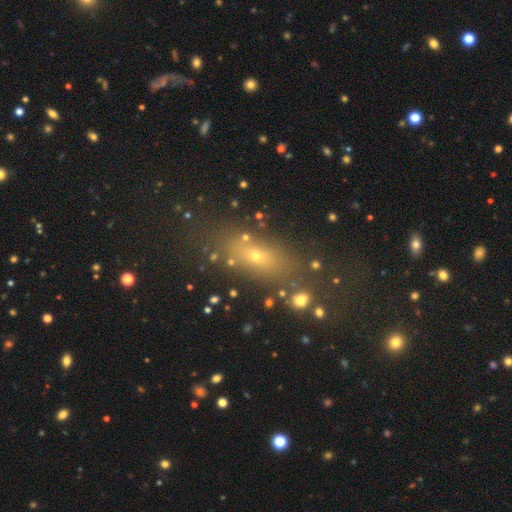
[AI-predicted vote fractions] smooth_or_featured: smooth (p=0.54) [alt: star or artifact p=0.27]
how_rounded: in between (p=0.57) [alt: cigar-shaped p=0.29]
merging: none (p=0.74) [alt: minor disturbance p=0.13]